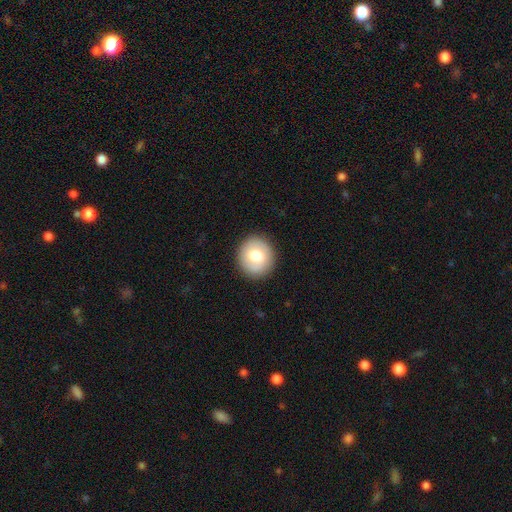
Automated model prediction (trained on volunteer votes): The model was most divided on "smooth or featured": smooth: 73%, featured or disk: 19%, star or artifact: 7%. More confident: merging — none (89%); how rounded — round (84%).